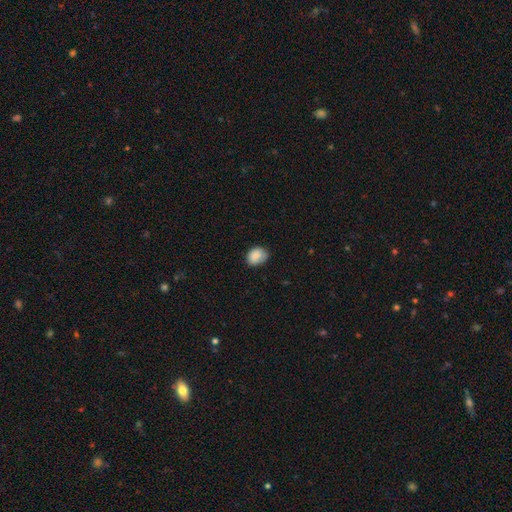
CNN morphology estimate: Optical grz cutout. It shows a smooth galaxy with no disk features (87%) that is in between round and cigar-shaped (58%). Merging: none (71%).